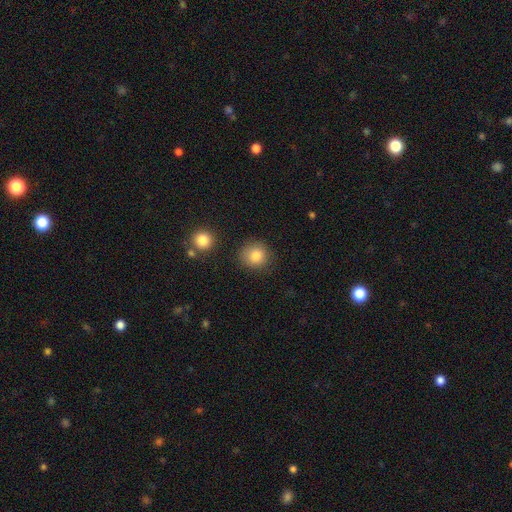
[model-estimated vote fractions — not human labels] Smooth or featured? smooth (84%)
How rounded? round (88%)
Merging? none (84%)